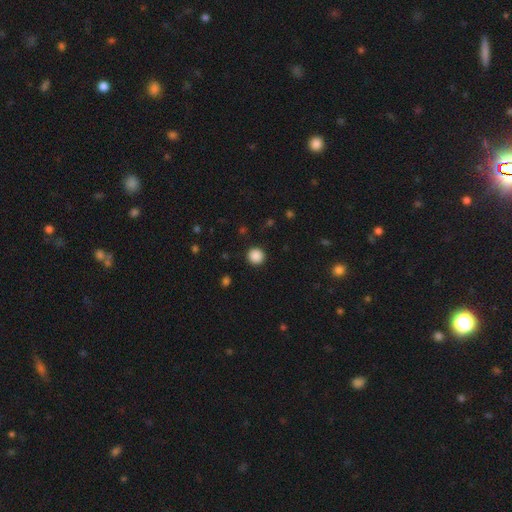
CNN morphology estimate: smooth_or_featured: smooth (p=0.88) [alt: star or artifact p=0.10]
how_rounded: round (p=0.94) [alt: in between p=0.05]
merging: none (p=0.92) [alt: minor disturbance p=0.05]